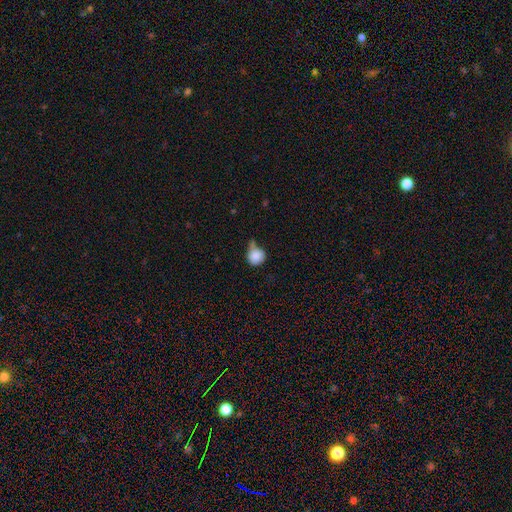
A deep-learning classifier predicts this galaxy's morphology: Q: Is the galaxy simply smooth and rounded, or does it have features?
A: smooth — 85%.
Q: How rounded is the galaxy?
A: round — 87%.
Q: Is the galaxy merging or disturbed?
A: none — 38%.